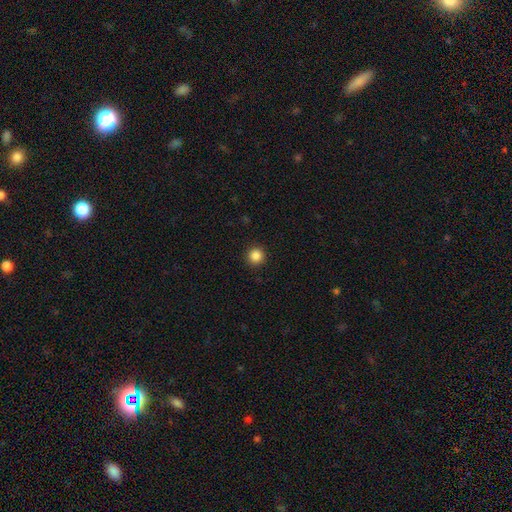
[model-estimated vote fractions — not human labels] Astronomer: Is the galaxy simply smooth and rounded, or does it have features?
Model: smooth — 86%.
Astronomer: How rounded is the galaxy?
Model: round — 95%.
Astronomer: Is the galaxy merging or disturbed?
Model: none — 93%.